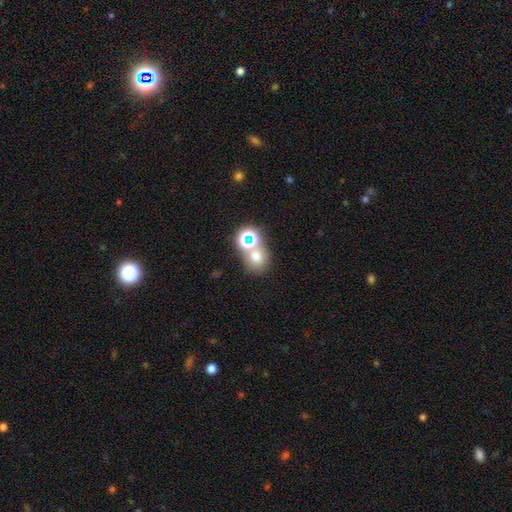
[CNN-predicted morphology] A smooth galaxy with no disk features (62%) that is round (72%). Merging: none (53%).